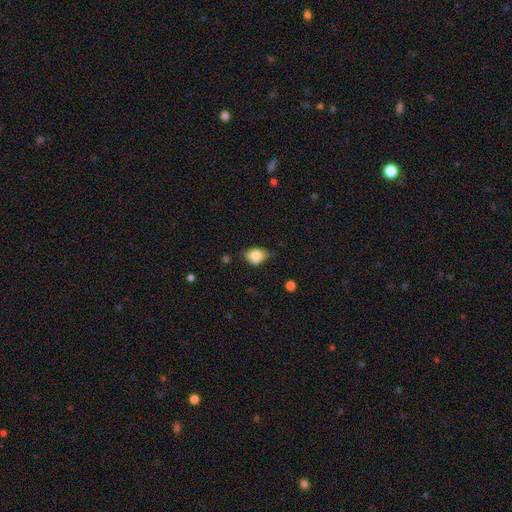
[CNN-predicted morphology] Smooth or featured: smooth — 79% (featured or disk — 12%)
How rounded: in between — 68% (round — 31%)
Merging: none — 49% (minor disturbance — 37%)